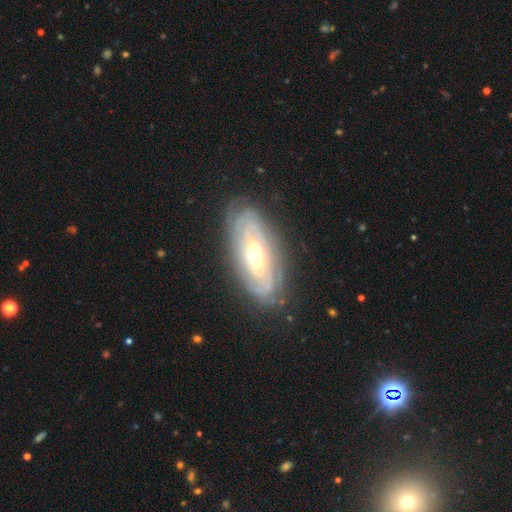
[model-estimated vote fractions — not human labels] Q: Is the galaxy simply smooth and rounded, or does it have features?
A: featured or disk — 78%.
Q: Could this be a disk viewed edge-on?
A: no — 86%.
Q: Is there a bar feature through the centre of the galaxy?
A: no — 52%.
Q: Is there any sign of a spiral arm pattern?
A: yes — 86%.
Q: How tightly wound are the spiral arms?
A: tight — 75%.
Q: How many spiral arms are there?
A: can't tell — 54%.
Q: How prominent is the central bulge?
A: moderate — 66%.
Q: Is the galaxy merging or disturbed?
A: none — 82%.